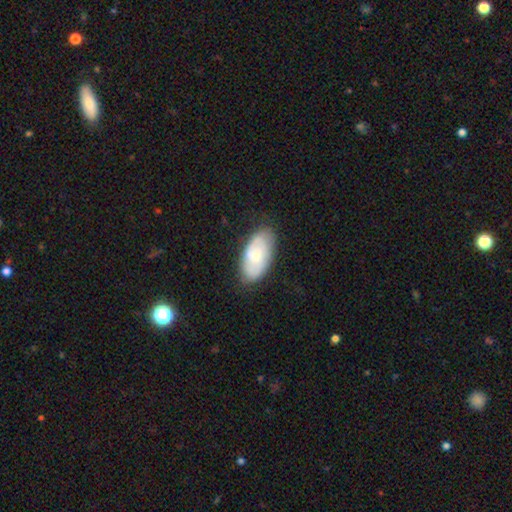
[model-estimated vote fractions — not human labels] Morphology: type=smooth (54%); roundness=in between (94%); merging=none (77%).